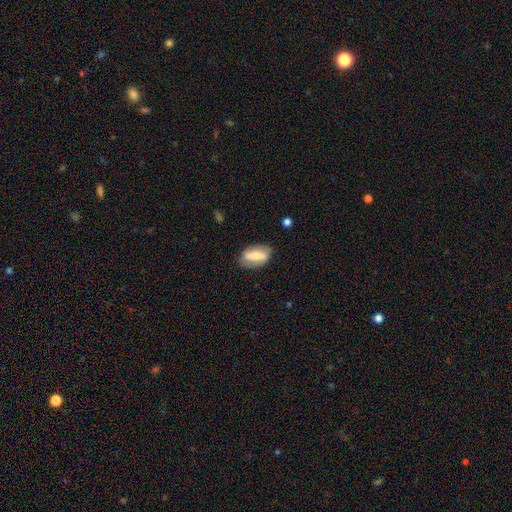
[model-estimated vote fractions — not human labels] Overall: smooth (49%; featured or disk 45%). Merging: none (80%).